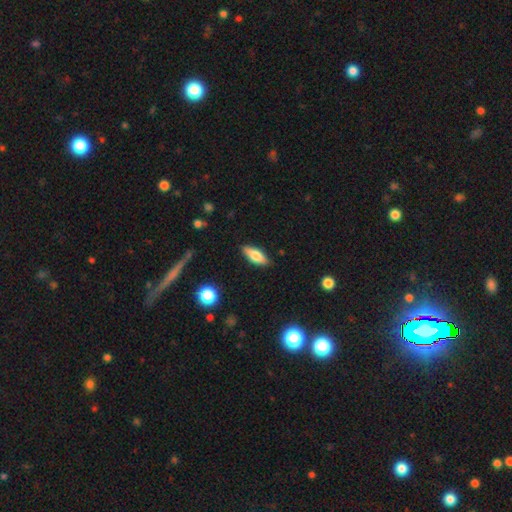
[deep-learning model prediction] Overall: smooth (71%). How rounded: in between (67%; cigar-shaped 31%). Merging: none (86%).